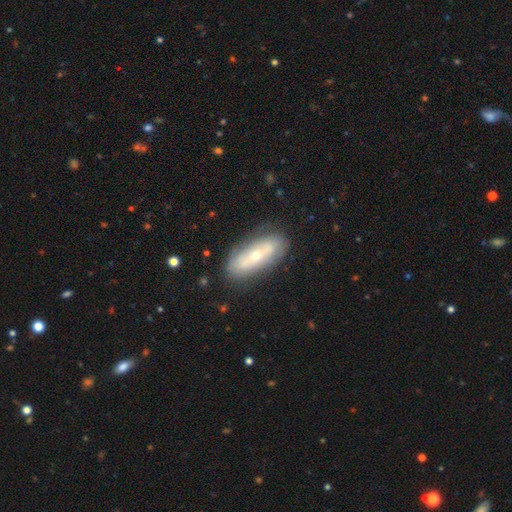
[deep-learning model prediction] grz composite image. It shows a featured or disk galaxy (57%). Merging: none (79%).